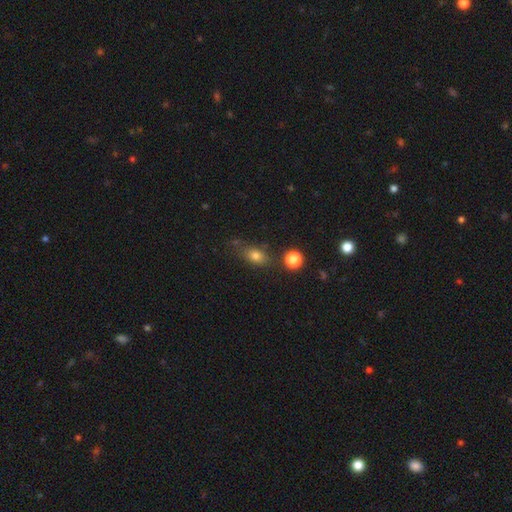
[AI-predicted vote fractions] Smooth or featured? Predicted: smooth (p=0.76). How rounded? Predicted: in between (p=0.71). Merging? Predicted: none (p=0.68).